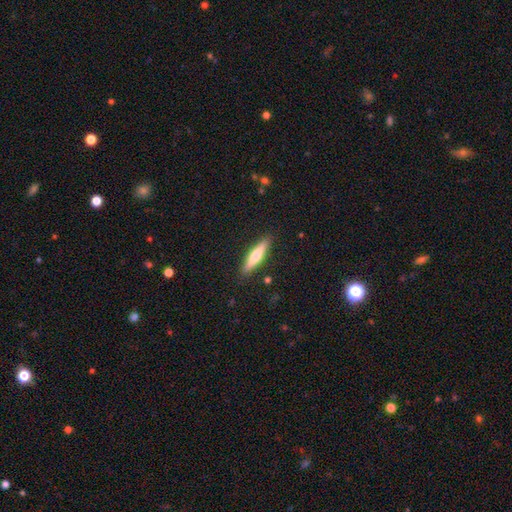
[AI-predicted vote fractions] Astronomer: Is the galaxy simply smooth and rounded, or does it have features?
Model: smooth — 53% (runner-up: featured or disk, 42%).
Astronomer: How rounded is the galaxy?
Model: cigar-shaped — 83%.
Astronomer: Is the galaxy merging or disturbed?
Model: none — 89%.